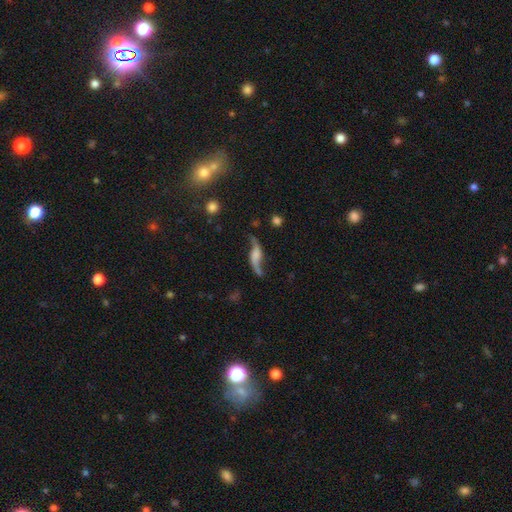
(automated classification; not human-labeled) This appears to be a featured or disk galaxy (83%) with no bar (60%), 2 (93%) loose (93%) spiral arms (95%) and no central bulge (42%). Merging: none (69%).